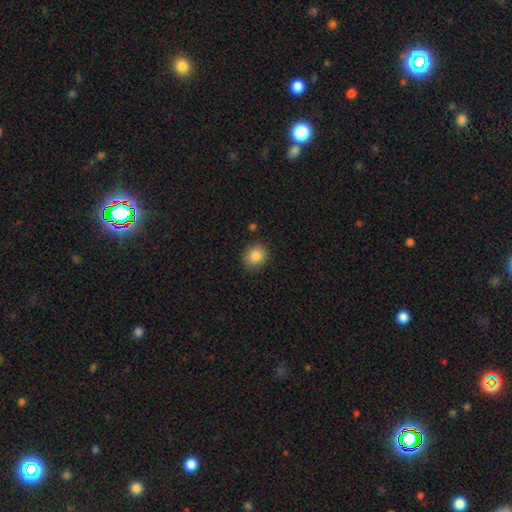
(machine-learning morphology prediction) smooth 86%, star or artifact 10%, featured or disk 5%. Down the decision tree: how rounded — round (80%); merging — none (88%).